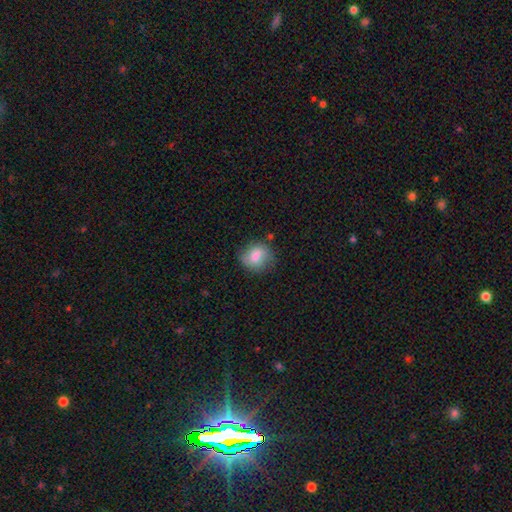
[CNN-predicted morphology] This is likely a smooth galaxy (74%). How rounded: likely round (71%). Merging: likely none (73%).